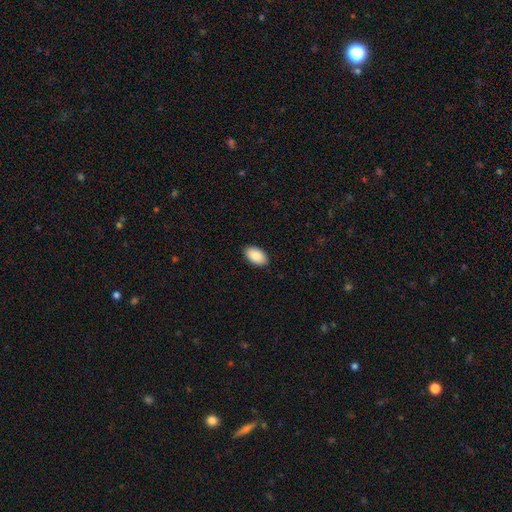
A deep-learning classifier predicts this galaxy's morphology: smooth-or-featured: smooth: 90% | star or artifact: 6% | featured or disk: 4%
  how-rounded: in between: 95% | round: 4% | cigar-shaped: 1%
  merging: none: 89% | minor disturbance: 8% | major disturbance: 2% | merger: 1%